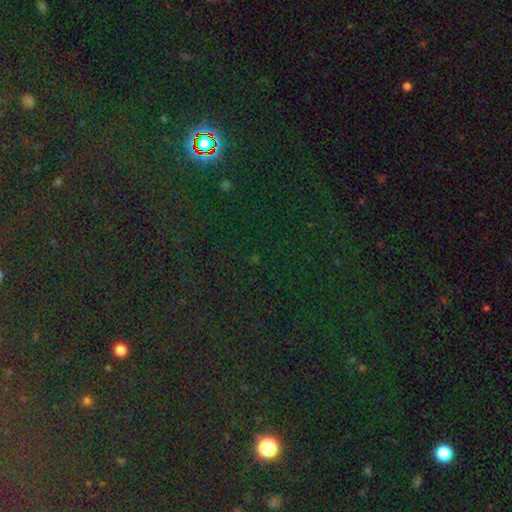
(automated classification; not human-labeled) Q: Smooth or featured?
A: star or artifact (82%); runner-up: smooth (11%)